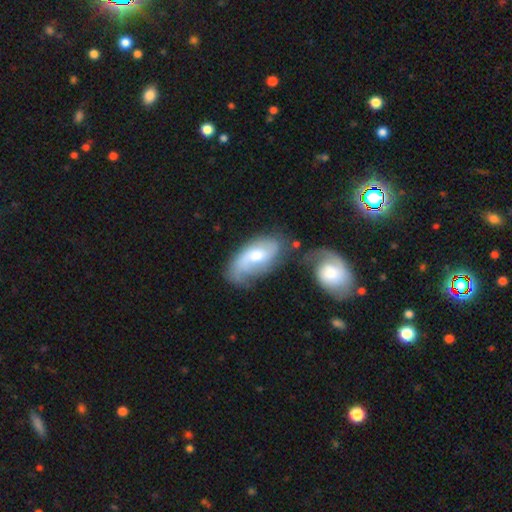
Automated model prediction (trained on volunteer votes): Overall: featured or disk (59%; smooth 34%). Edge-on disk: no (92%). Bar: no (50%; weak 42%). Spiral arms: yes (87%). Bulge size: moderate (58%; small 24%). Merging: none (44%; merger 24%).